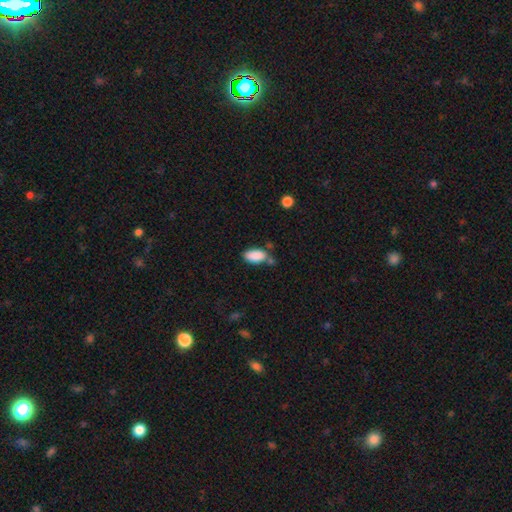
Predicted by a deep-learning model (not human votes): Morphology: type=smooth (87%); roundness=in between (92%); merging=none (60%).